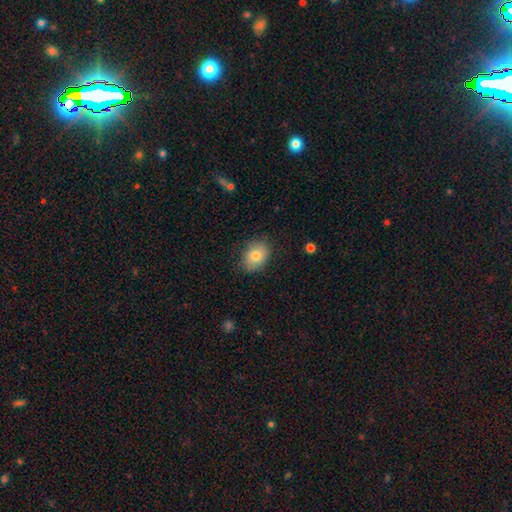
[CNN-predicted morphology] This appears to be a smooth galaxy with no disk features (80%) that is in between round and cigar-shaped (69%). Merging: none (80%).